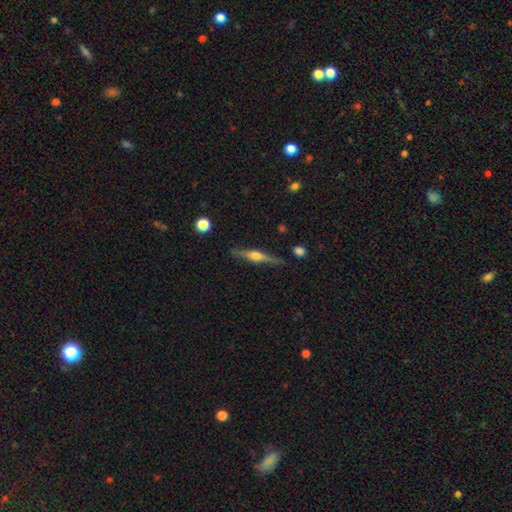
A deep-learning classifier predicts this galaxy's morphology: Smooth or featured? Predicted: featured or disk (p=0.73). Edge-on disk? Predicted: yes (p=0.97). Edge-on bulge? Predicted: rounded (p=0.91). Merging? Predicted: none (p=0.85).